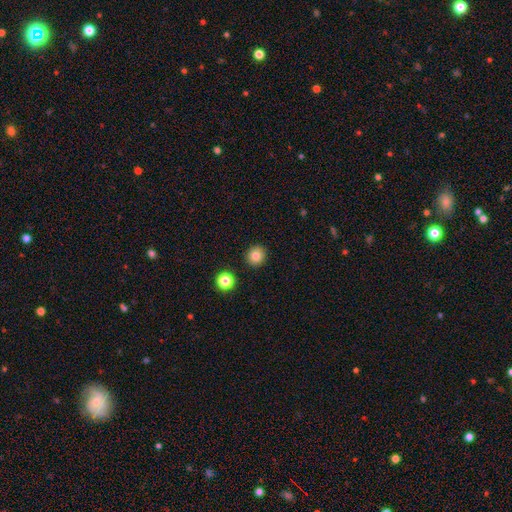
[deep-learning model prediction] smooth_or_featured: smooth (p=0.82) [alt: star or artifact p=0.11]
how_rounded: round (p=0.89) [alt: in between p=0.10]
merging: none (p=0.91) [alt: minor disturbance p=0.06]